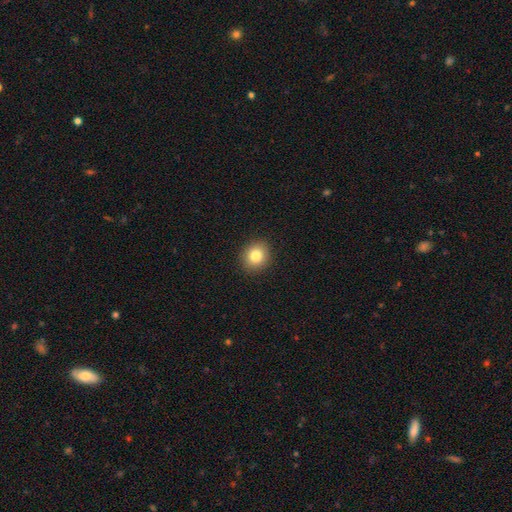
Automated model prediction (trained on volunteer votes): Smooth or featured? Predicted: smooth (p=0.82). How rounded? Predicted: round (p=0.75). Merging? Predicted: none (p=0.91).